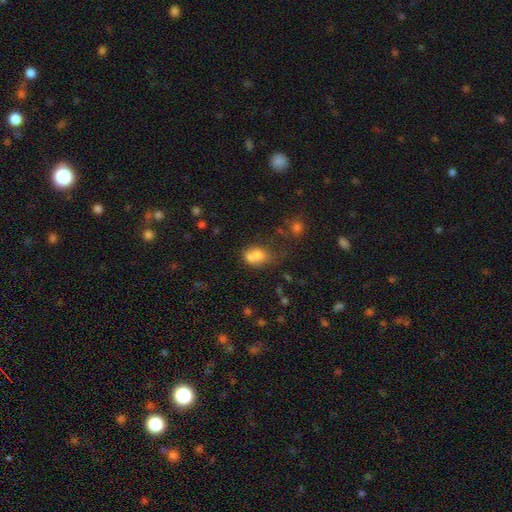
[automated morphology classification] Smooth or featured? Predicted: smooth (p=0.71). How rounded? Predicted: in between (p=0.61). Merging? Predicted: merger (p=0.47).